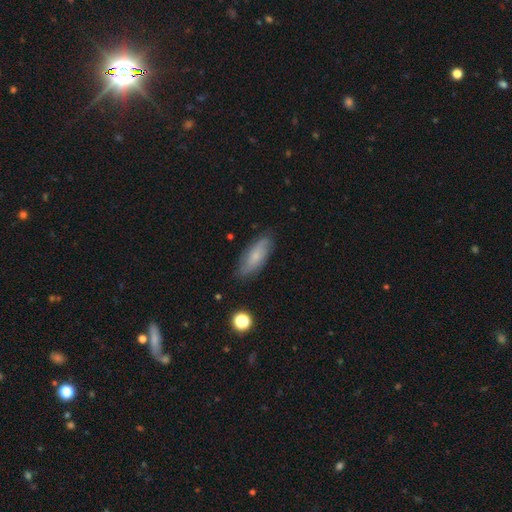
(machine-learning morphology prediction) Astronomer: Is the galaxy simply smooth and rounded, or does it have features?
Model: smooth — 57% (runner-up: featured or disk, 35%).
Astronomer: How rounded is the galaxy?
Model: in between — 72%.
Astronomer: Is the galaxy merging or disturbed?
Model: none — 79%.